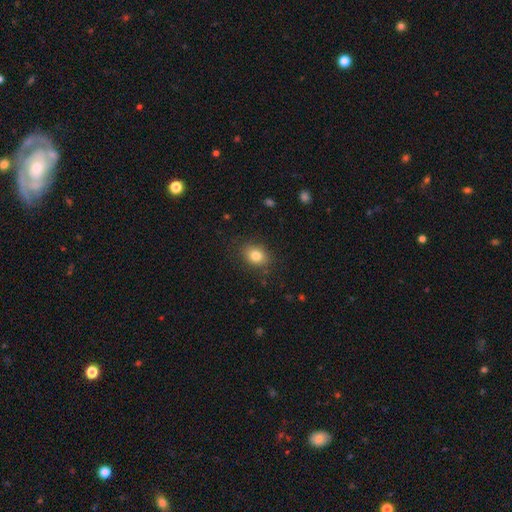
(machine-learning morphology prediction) type=smooth (81%); roundness=in between (55%); merging=none (85%).